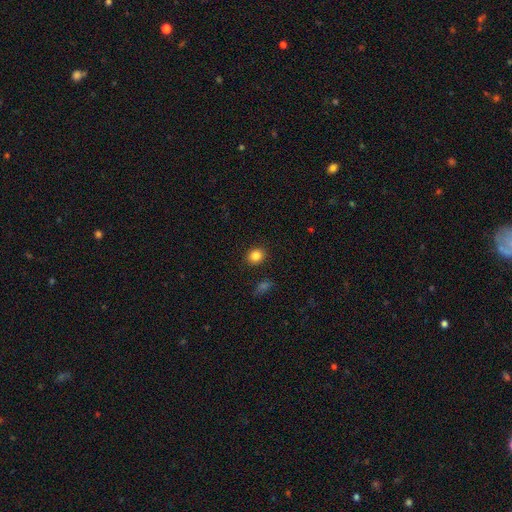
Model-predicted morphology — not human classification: Q: Smooth or featured?
A: smooth (85%); runner-up: star or artifact (11%)
Q: How rounded?
A: round (71%); runner-up: in between (28%)
Q: Merging?
A: none (89%); runner-up: minor disturbance (7%)